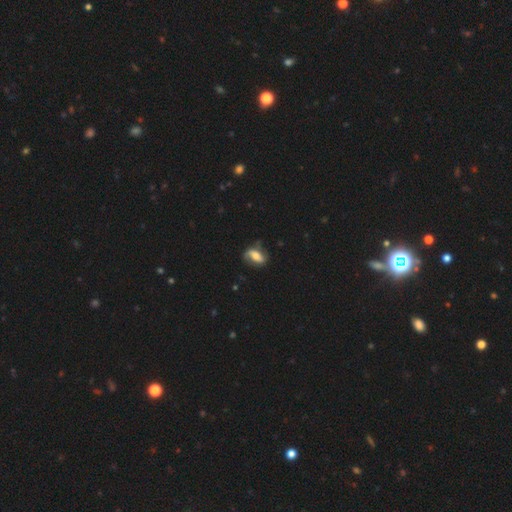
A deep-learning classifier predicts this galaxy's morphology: A featured or disk galaxy (60%) with a strong bar (34%, tied with weak), spiral arms (86%) and a moderate central bulge (48%). Merging: none (65%).